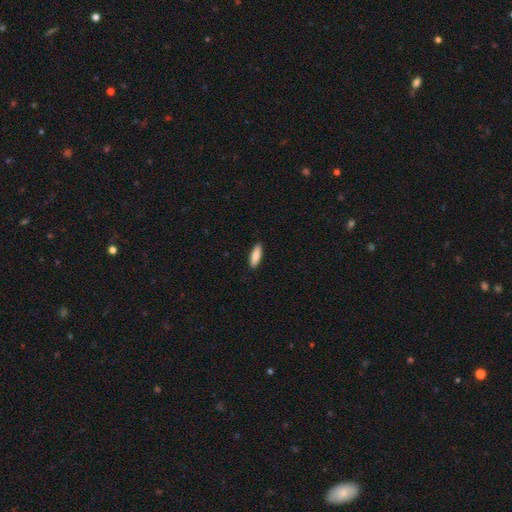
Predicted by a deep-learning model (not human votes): Overall: smooth (87%). How rounded: in between (57%; cigar-shaped 42%). Merging: none (90%).